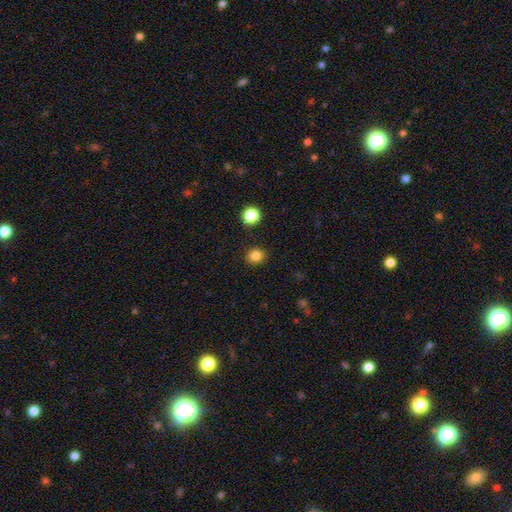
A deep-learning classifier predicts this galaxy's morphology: Q: Smooth or featured?
A: smooth (83%); runner-up: star or artifact (12%)
Q: How rounded?
A: round (79%); runner-up: in between (20%)
Q: Merging?
A: none (90%); runner-up: minor disturbance (7%)